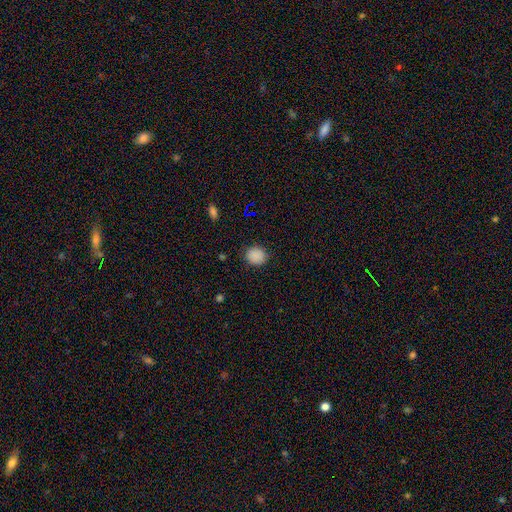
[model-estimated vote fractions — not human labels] Smooth or featured: smooth — 87% (star or artifact — 10%)
How rounded: round — 72% (in between — 27%)
Merging: none — 86% (minor disturbance — 10%)